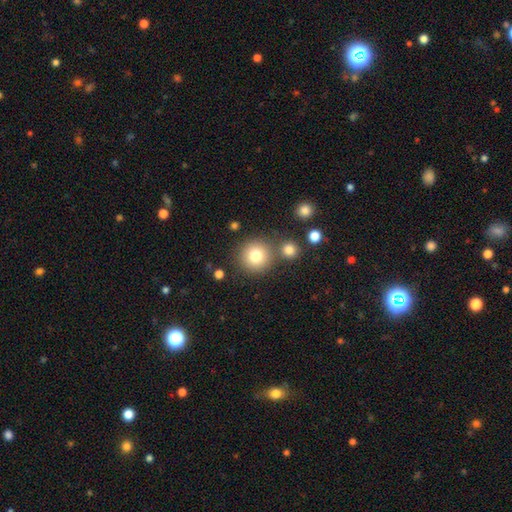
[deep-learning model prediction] Smooth or featured: smooth — 79% (star or artifact — 12%)
How rounded: round — 94% (in between — 5%)
Merging: none — 79% (merger — 11%)